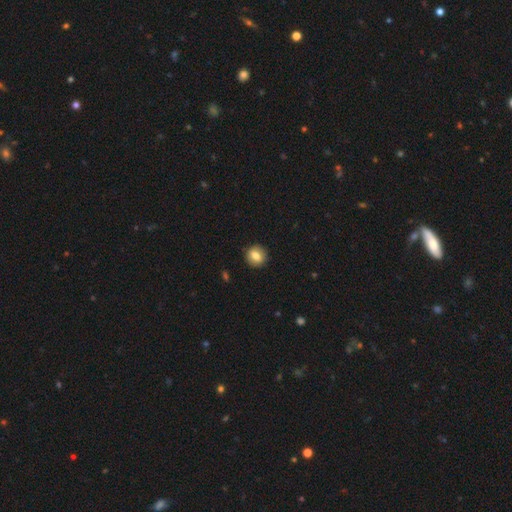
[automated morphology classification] A smooth galaxy with no disk features (79%) that is round (86%). Merging: none (91%).